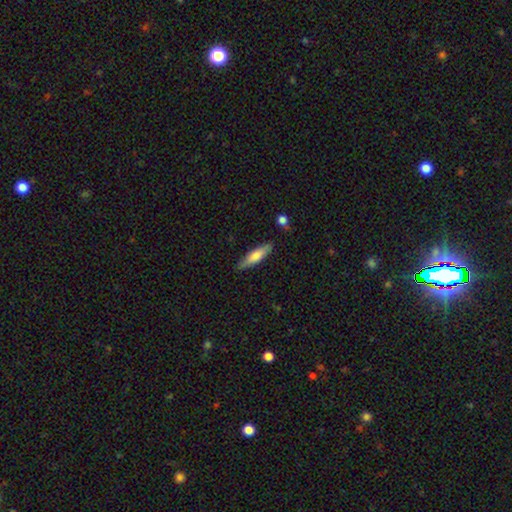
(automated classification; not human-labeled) A smooth galaxy with no disk features (68%) that is cigar-shaped (71%). Merging: none (84%).